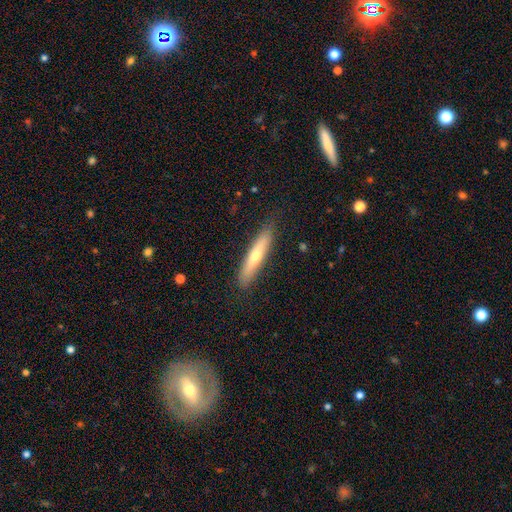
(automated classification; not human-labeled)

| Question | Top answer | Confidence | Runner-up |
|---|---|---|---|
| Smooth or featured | smooth | 52% | featured or disk (41%) |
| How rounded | cigar-shaped | 88% | in between (10%) |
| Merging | none | 87% | minor disturbance (10%) |